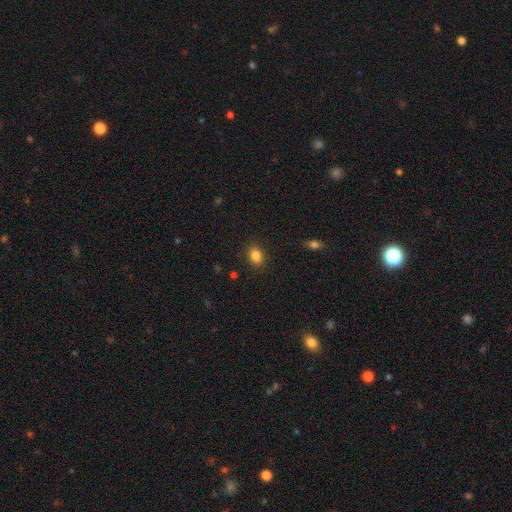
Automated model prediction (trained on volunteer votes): smooth-or-featured: smooth: 84% | star or artifact: 10% | featured or disk: 5%
  how-rounded: in between: 58% | round: 41% | cigar-shaped: 1%
  merging: none: 88% | minor disturbance: 8% | major disturbance: 2% | merger: 1%